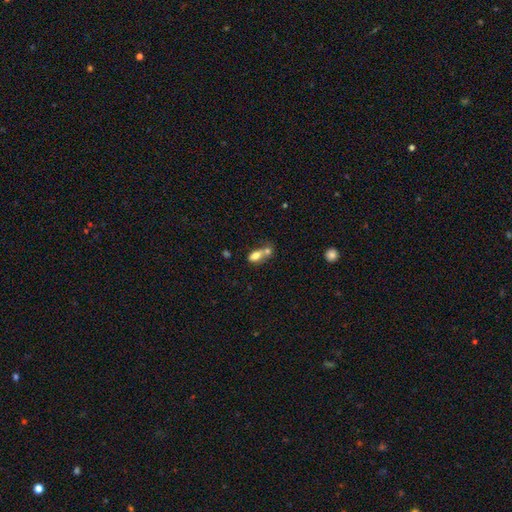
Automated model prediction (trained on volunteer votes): This is likely a smooth galaxy (76%). How rounded: clearly in between (81%). Merging: possibly merger (59%).